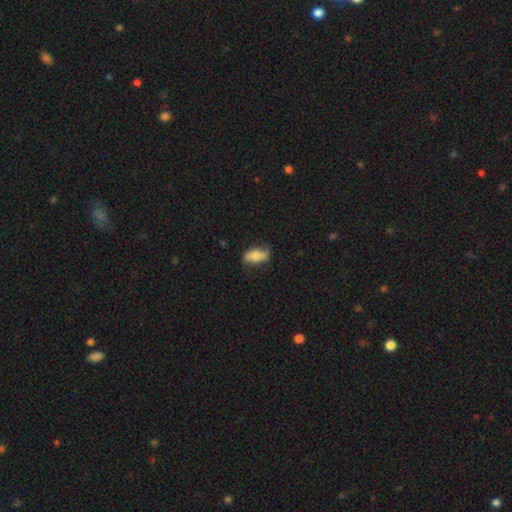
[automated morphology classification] smooth 55%, featured or disk 37%, star or artifact 8%. Down the decision tree: how rounded — in between (86%); merging — none (70%).